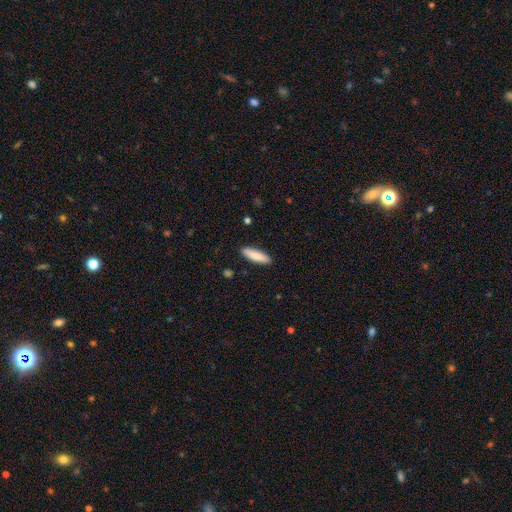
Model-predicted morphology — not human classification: Smooth or featured? smooth (83%)
How rounded? cigar-shaped (61%)
Merging? none (90%)